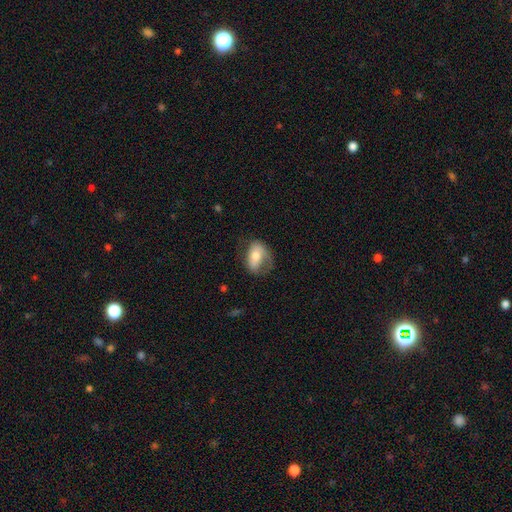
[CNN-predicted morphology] A smooth galaxy with no disk features (55%) that is in between round and cigar-shaped (85%). Merging: none (45%).